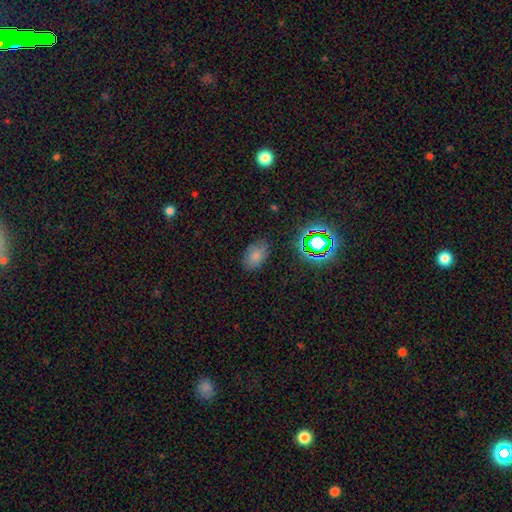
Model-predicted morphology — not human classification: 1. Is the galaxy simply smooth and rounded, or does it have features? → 73% smooth, 18% star or artifact, 9% featured or disk.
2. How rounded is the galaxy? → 86% in between, 13% round, 1% cigar-shaped.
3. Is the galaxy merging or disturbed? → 79% none, 15% minor disturbance, 4% major disturbance, 2% merger.